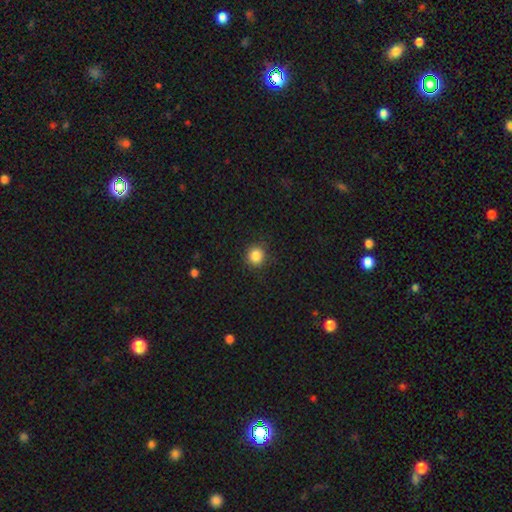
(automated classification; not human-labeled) smooth-or-featured: smooth: 85% | star or artifact: 11% | featured or disk: 4%
  how-rounded: round: 91% | in between: 8% | cigar-shaped: 1%
  merging: none: 90% | minor disturbance: 7% | major disturbance: 2% | merger: 1%